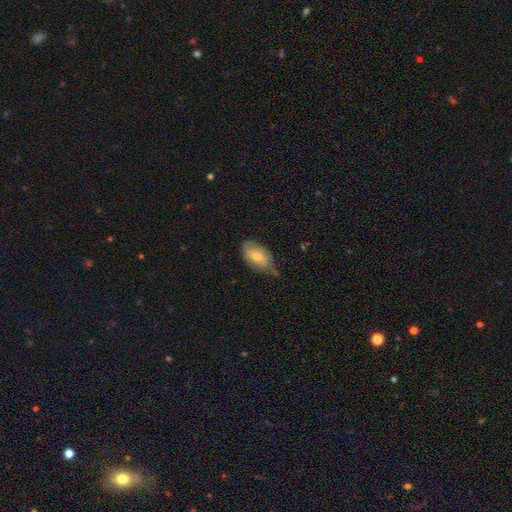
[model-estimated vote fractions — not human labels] Smooth or featured: smooth — 55% (featured or disk — 38%)
How rounded: in between — 90% (round — 6%)
Merging: none — 47% (minor disturbance — 40%)